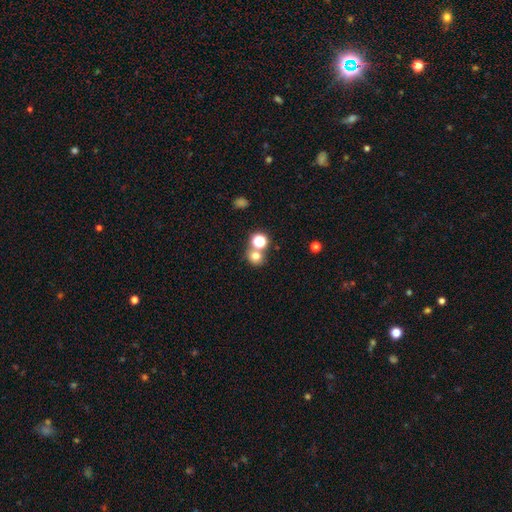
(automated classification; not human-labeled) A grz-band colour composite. It shows a smooth galaxy with no disk features (72%) that is round (81%). Merging: none (58%).